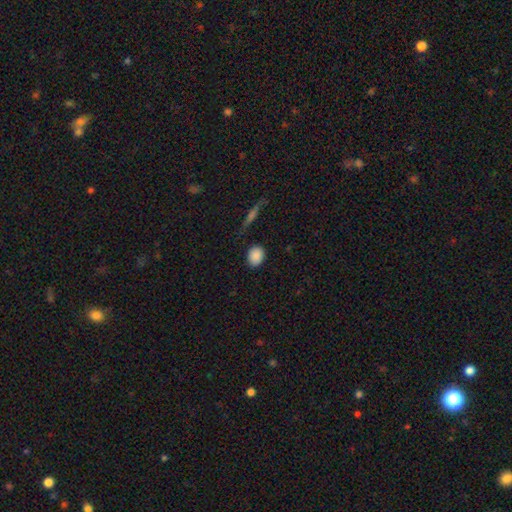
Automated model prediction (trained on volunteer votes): Smooth or featured? smooth (88%)
How rounded? in between (60%)
Merging? none (85%)